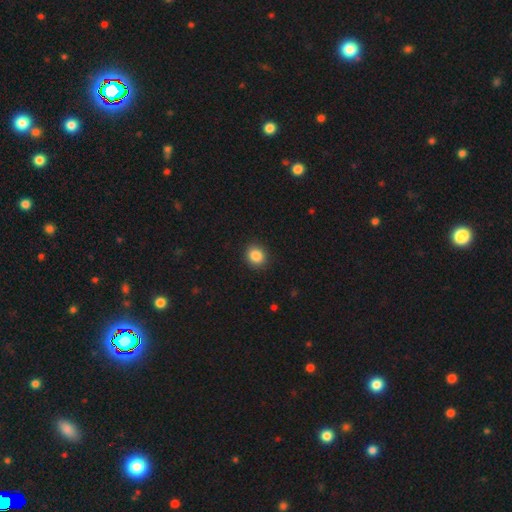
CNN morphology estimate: A smooth galaxy with no disk features (87%) that is round (73%).

Vote fractions:
- Smooth or featured? smooth: 87% / star or artifact: 9% / featured or disk: 4%
- How rounded? round: 73% / in between: 26% / cigar-shaped: 1%
- Merging? none: 90% / minor disturbance: 7% / major disturbance: 2% / merger: 1%